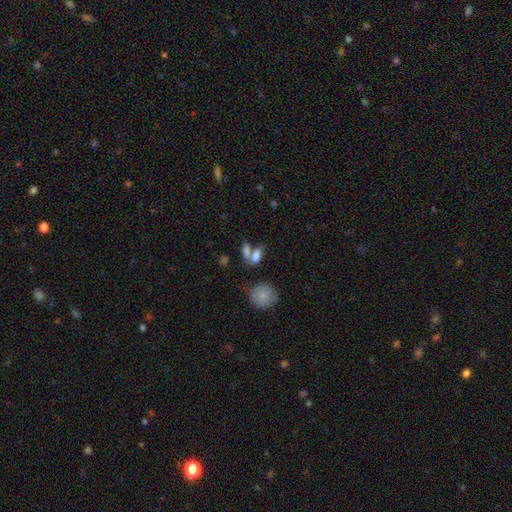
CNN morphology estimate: Smooth or featured? Predicted: smooth (p=0.78). How rounded? Predicted: in between (p=0.77). Merging? Predicted: merger (p=0.42).